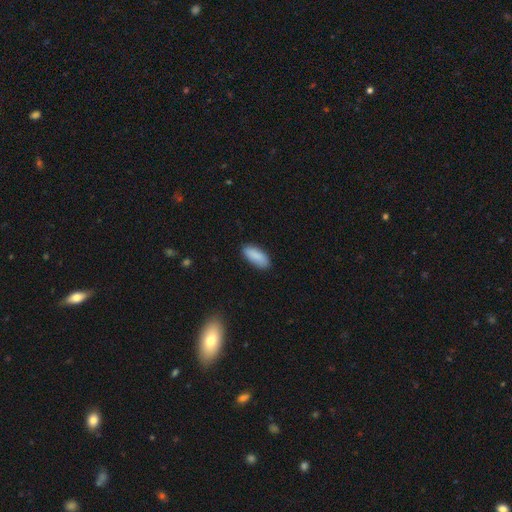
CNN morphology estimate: Q: Smooth or featured?
A: smooth (89%); runner-up: star or artifact (6%)
Q: How rounded?
A: in between (82%); runner-up: cigar-shaped (16%)
Q: Merging?
A: none (86%); runner-up: minor disturbance (11%)